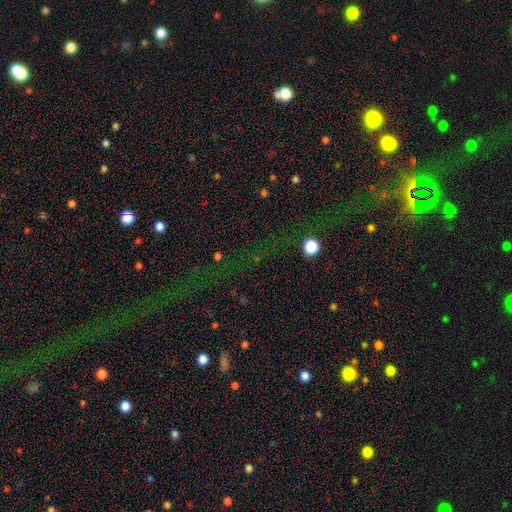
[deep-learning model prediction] Q: Smooth or featured?
A: star or artifact (78%); runner-up: smooth (14%)